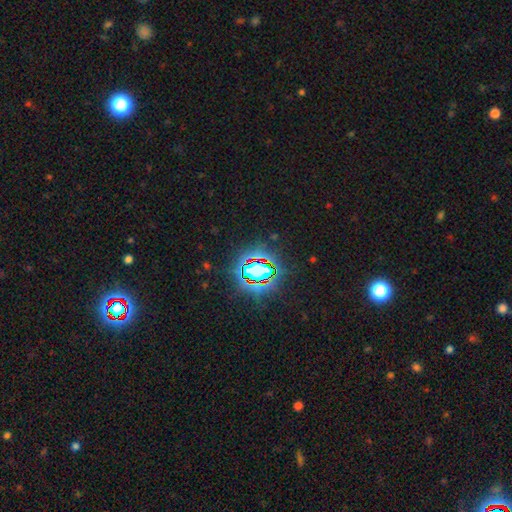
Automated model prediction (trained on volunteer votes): A star or artifact, not a galaxy (81%).

Vote fractions:
- Smooth or featured? star or artifact: 81% / smooth: 11% / featured or disk: 8%